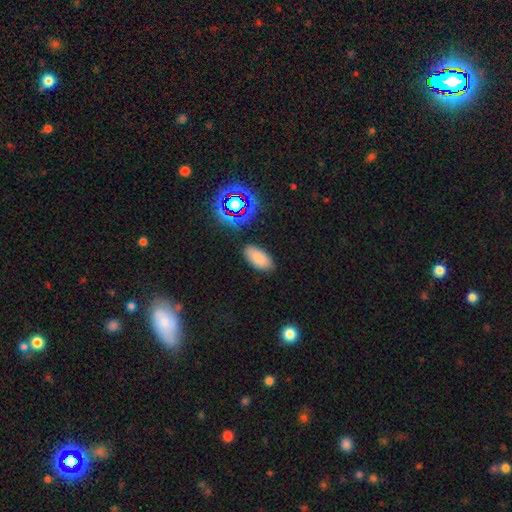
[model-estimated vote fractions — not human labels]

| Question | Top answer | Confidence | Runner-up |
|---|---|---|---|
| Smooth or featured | smooth | 80% | star or artifact (13%) |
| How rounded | in between | 92% | cigar-shaped (5%) |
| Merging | none | 85% | minor disturbance (10%) |